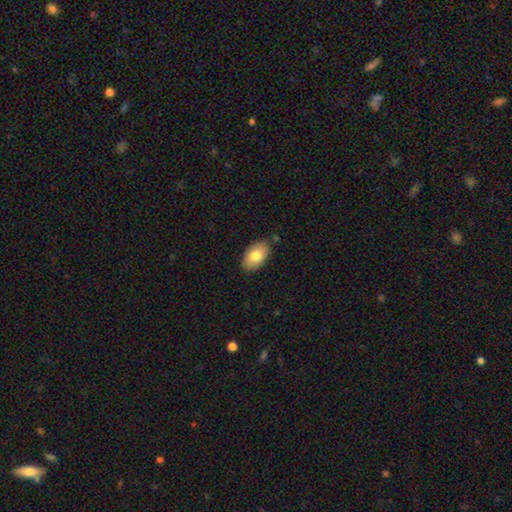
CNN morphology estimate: Smooth or featured? smooth (80%)
How rounded? in between (92%)
Merging? none (83%)